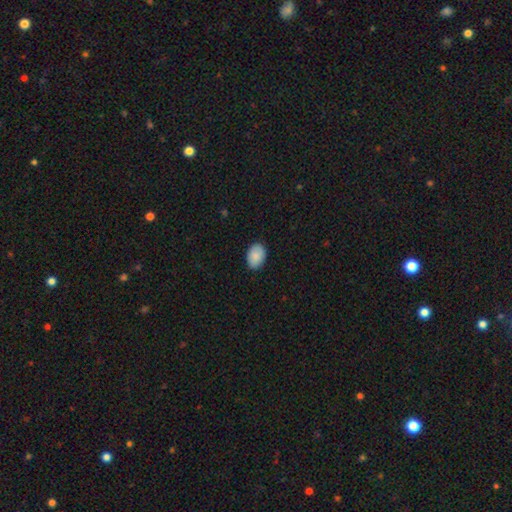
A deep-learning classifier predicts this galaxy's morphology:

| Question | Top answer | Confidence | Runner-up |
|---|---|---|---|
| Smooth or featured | smooth | 87% | star or artifact (7%) |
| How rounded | in between | 80% | round (19%) |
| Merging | none | 87% | minor disturbance (10%) |